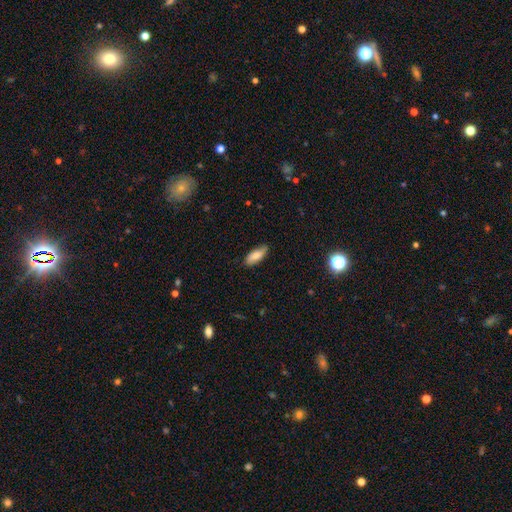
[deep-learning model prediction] Smooth or featured? smooth (76%)
How rounded? in between (72%)
Merging? none (78%)